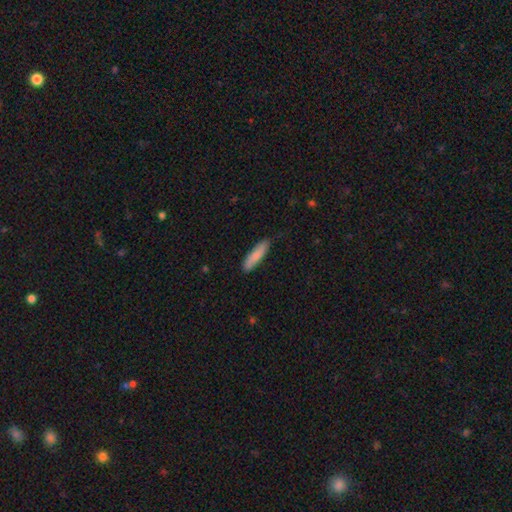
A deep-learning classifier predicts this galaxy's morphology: smooth_or_featured: smooth (p=0.83) [alt: featured or disk p=0.12]
how_rounded: cigar-shaped (p=0.75) [alt: in between p=0.23]
merging: none (p=0.81) [alt: minor disturbance p=0.15]